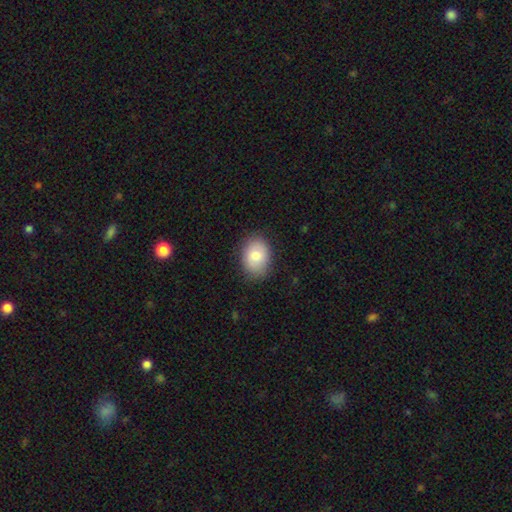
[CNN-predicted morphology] A smooth galaxy with no disk features (81%) that is in between round and cigar-shaped (71%).

Vote fractions:
- Smooth or featured? smooth: 81% / featured or disk: 12% / star or artifact: 7%
- How rounded? in between: 71% / round: 28% / cigar-shaped: 1%
- Merging? none: 83% / minor disturbance: 13% / major disturbance: 3% / merger: 1%